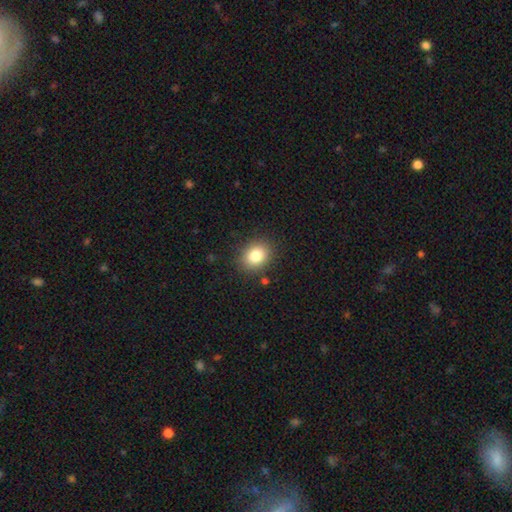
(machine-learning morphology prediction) Smooth or featured? smooth (83%)
How rounded? round (54%)
Merging? none (86%)